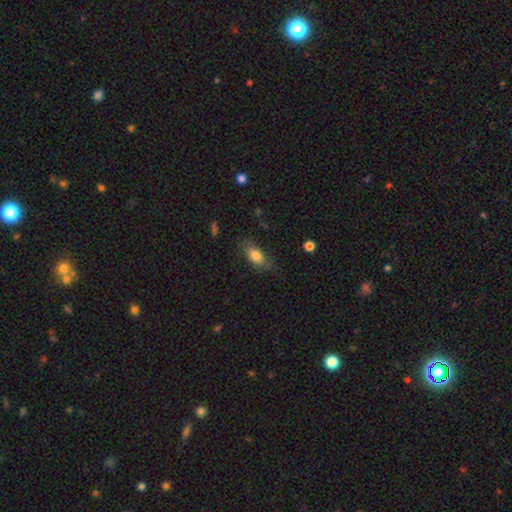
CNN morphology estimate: smooth 77%, featured or disk 15%, star or artifact 8%. Down the decision tree: how rounded — in between (86%); merging — none (72%).